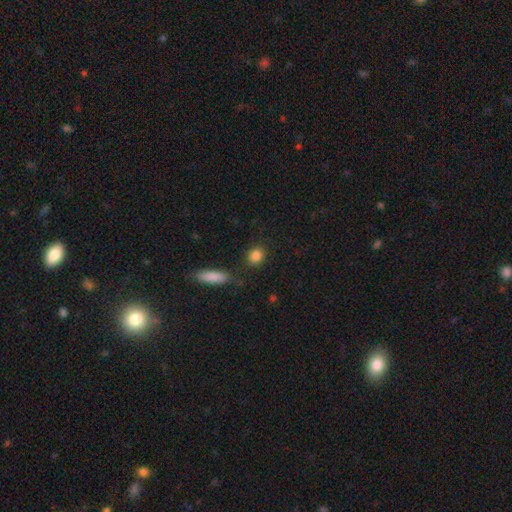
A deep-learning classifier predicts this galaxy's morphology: A smooth galaxy with no disk features (86%) that is round (62%).

Vote fractions:
- Smooth or featured? smooth: 86% / star or artifact: 9% / featured or disk: 5%
- How rounded? round: 62% / in between: 35% / cigar-shaped: 3%
- Merging? none: 82% / minor disturbance: 9% / merger: 5% / major disturbance: 3%